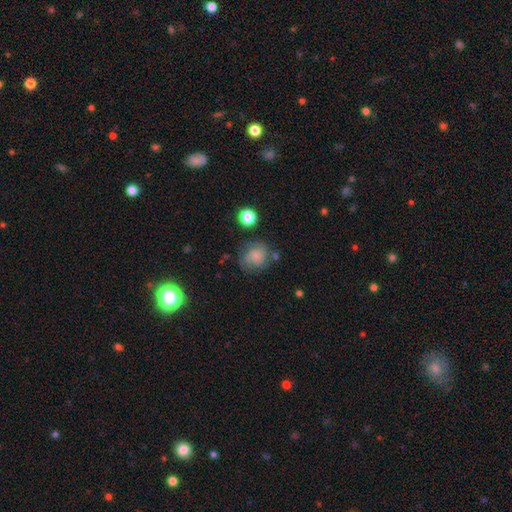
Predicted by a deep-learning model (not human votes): Smooth or featured? smooth (65%)
How rounded? round (74%)
Merging? none (59%)